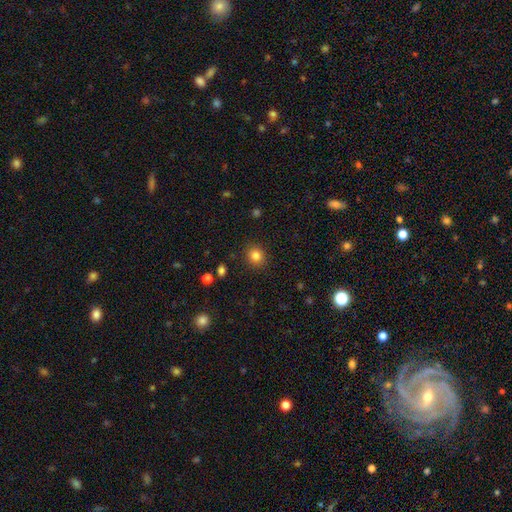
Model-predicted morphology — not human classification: A smooth galaxy with no disk features (83%) that is round (84%).

Vote fractions:
- Smooth or featured? smooth: 83% / star or artifact: 12% / featured or disk: 5%
- How rounded? round: 84% / in between: 15% / cigar-shaped: 1%
- Merging? none: 89% / minor disturbance: 7% / major disturbance: 2% / merger: 1%